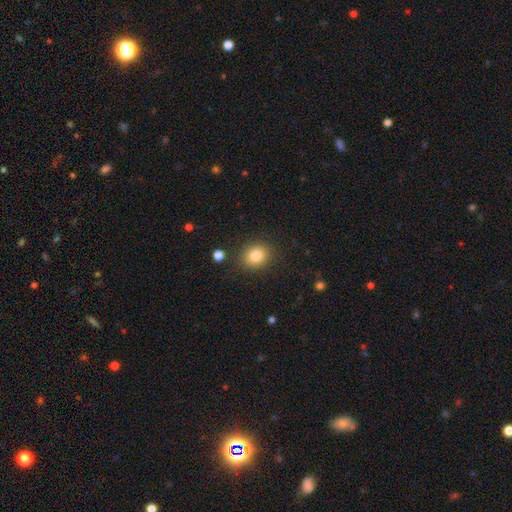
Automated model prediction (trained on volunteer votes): This is clearly a smooth galaxy (83%). How rounded: likely round (63%). Merging: clearly none (86%).